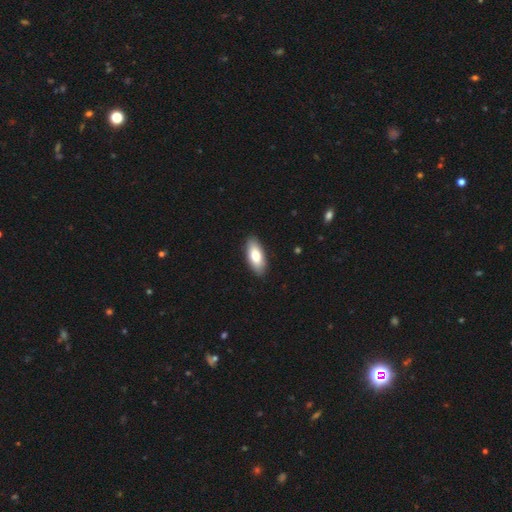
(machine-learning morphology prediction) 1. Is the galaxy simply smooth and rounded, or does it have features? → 76% smooth, 18% featured or disk, 6% star or artifact.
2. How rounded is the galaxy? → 84% in between, 14% cigar-shaped, 2% round.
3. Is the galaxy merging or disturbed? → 90% none, 7% minor disturbance, 2% major disturbance, 1% merger.